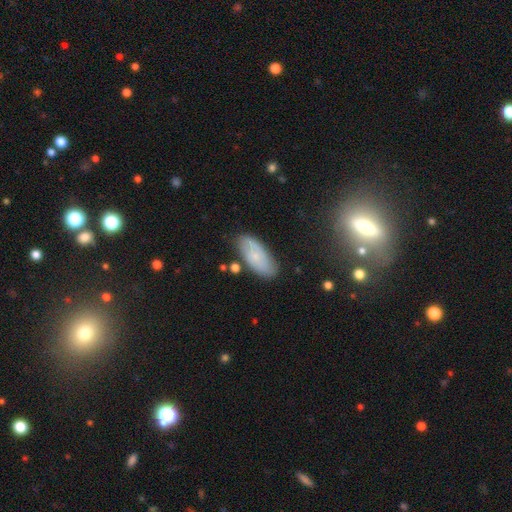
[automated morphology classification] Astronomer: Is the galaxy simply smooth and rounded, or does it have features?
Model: smooth — 54% (runner-up: featured or disk, 38%).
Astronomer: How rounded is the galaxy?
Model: in between — 86%.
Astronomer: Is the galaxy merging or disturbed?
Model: none — 77%.